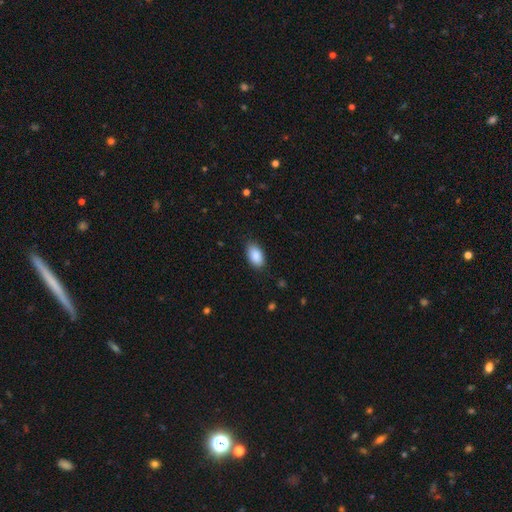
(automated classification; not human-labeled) A smooth galaxy with no disk features (89%) that is in between round and cigar-shaped (94%).

Vote fractions:
- Smooth or featured? smooth: 89% / star or artifact: 7% / featured or disk: 5%
- How rounded? in between: 94% / round: 5% / cigar-shaped: 2%
- Merging? none: 83% / minor disturbance: 14% / major disturbance: 3% / merger: 1%